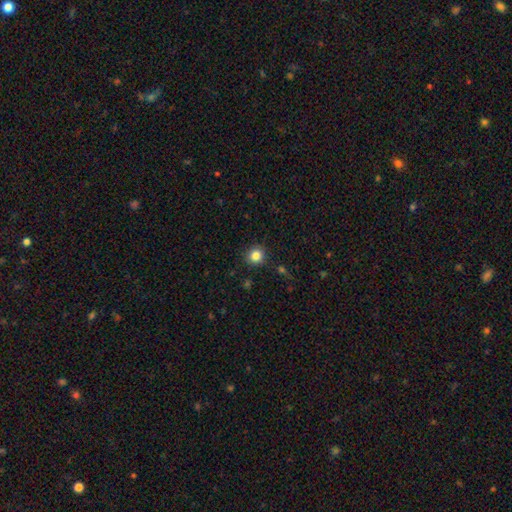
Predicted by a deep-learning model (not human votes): smooth_or_featured: smooth (p=0.84) [alt: star or artifact p=0.11]
how_rounded: round (p=0.89) [alt: in between p=0.10]
merging: none (p=0.89) [alt: minor disturbance p=0.07]